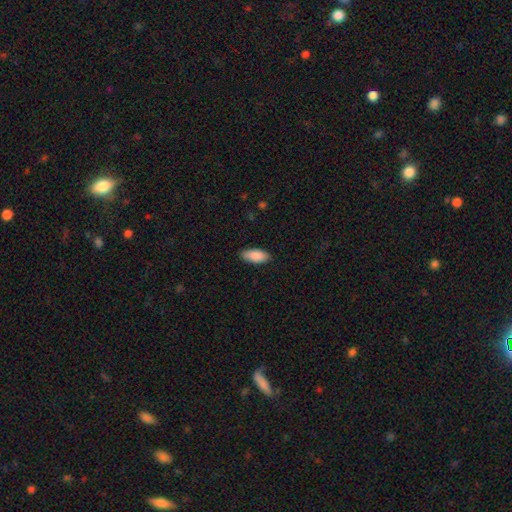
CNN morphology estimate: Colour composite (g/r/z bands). It shows a smooth galaxy with no disk features (89%) that is in between round and cigar-shaped (86%). Merging: none (87%).